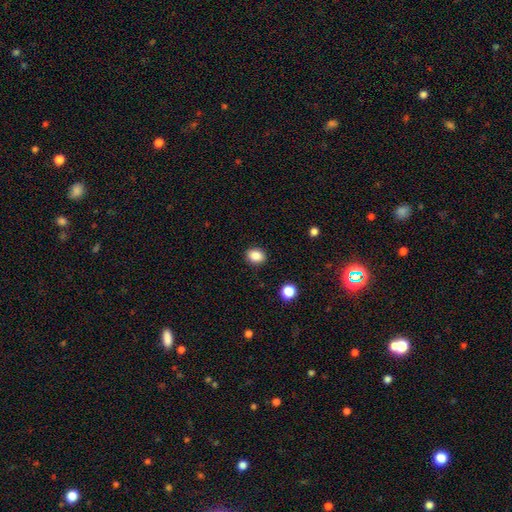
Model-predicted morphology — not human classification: type=smooth (86%); roundness=in between (54%); merging=none (88%).